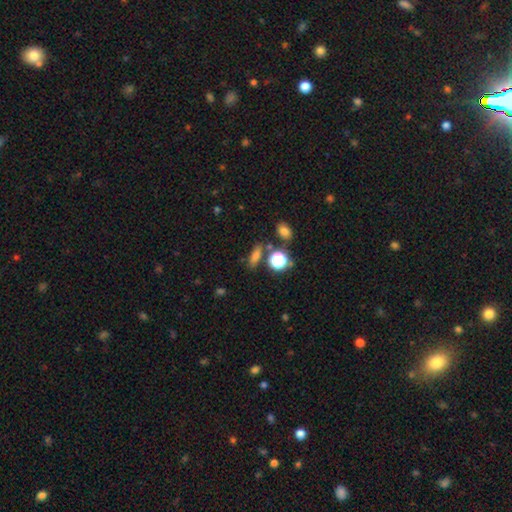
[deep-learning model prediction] smooth 71%, star or artifact 19%, featured or disk 9%. Down the decision tree: how rounded — in between (49%); merging — none (76%).